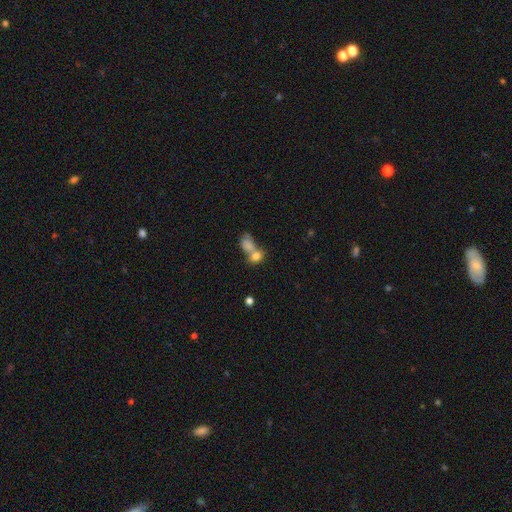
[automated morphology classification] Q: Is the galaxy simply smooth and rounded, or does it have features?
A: smooth — 78%.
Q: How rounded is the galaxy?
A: in between — 61%.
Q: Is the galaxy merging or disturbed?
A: merger — 63%.